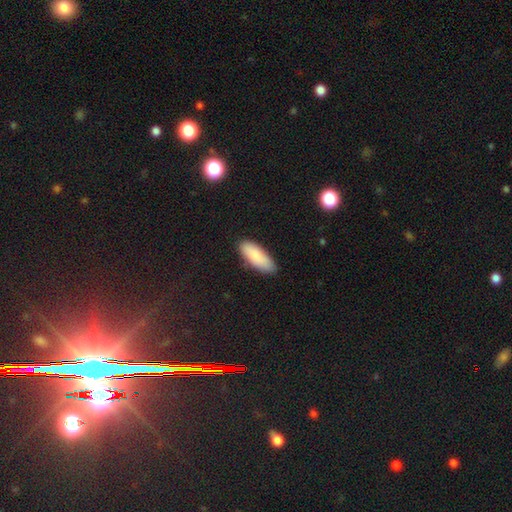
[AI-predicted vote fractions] Smooth or featured? smooth (86%)
How rounded? in between (72%)
Merging? none (82%)